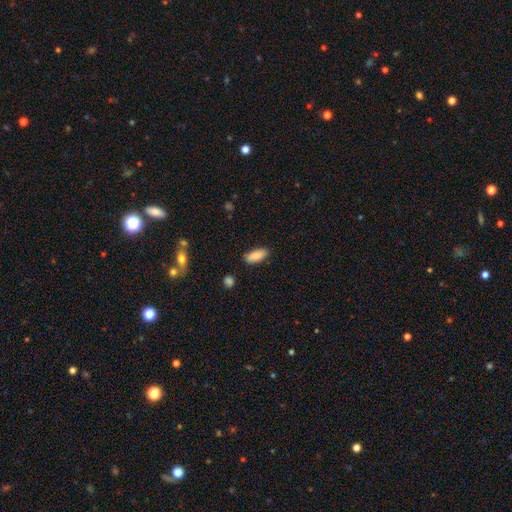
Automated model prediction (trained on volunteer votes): A smooth galaxy with no disk features (84%) that is in between round and cigar-shaped (85%). Merging: none (85%).